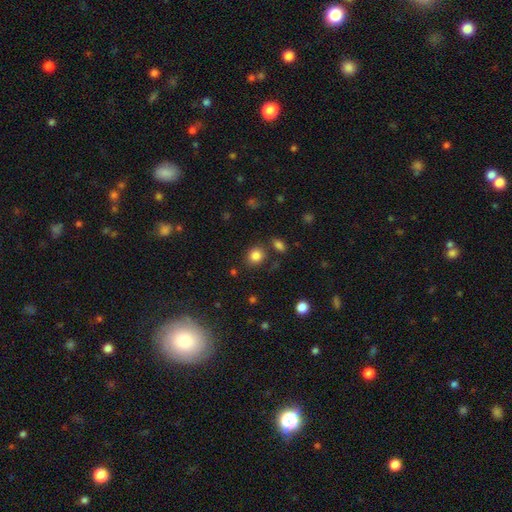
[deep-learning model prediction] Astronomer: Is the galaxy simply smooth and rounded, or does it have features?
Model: smooth — 84%.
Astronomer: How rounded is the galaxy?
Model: round — 73%.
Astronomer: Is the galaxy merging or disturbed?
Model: none — 79%.